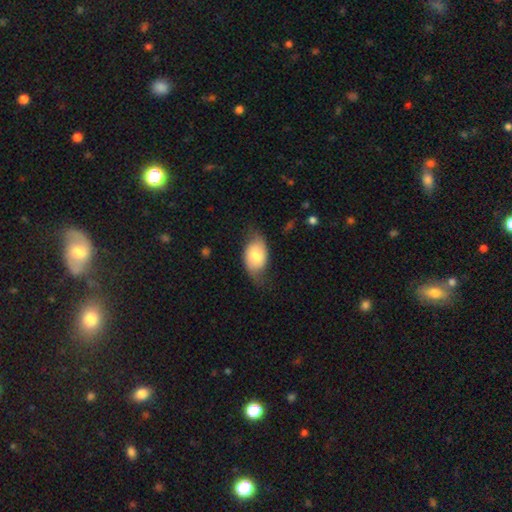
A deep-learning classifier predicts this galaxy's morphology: Smooth or featured?
  - smooth: 64% *
  - featured or disk: 30%
  - star or artifact: 6%
How rounded?
  - in between: 85% *
  - round: 13%
  - cigar-shaped: 2%
Merging?
  - none: 57% *
  - minor disturbance: 31%
  - major disturbance: 11%
  - merger: 1%